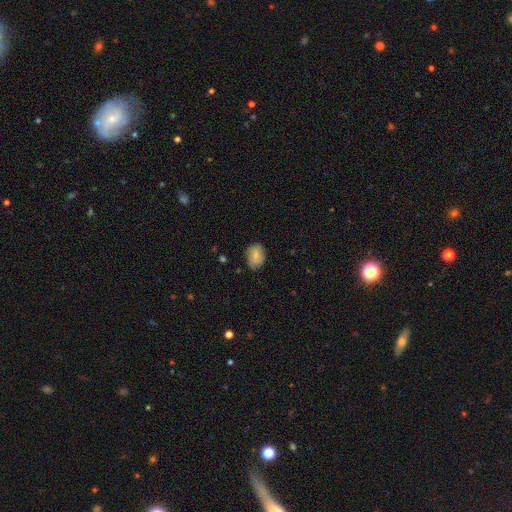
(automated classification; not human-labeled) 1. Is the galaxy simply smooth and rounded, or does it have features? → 75% smooth, 18% featured or disk, 8% star or artifact.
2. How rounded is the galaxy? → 76% in between, 22% round, 1% cigar-shaped.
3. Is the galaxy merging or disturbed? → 76% none, 19% minor disturbance, 4% major disturbance, 1% merger.